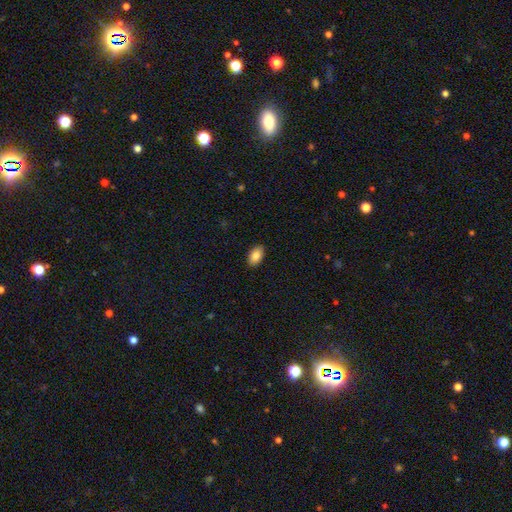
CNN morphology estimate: A smooth galaxy with no disk features (85%) that is in between round and cigar-shaped (92%). Merging: none (89%).